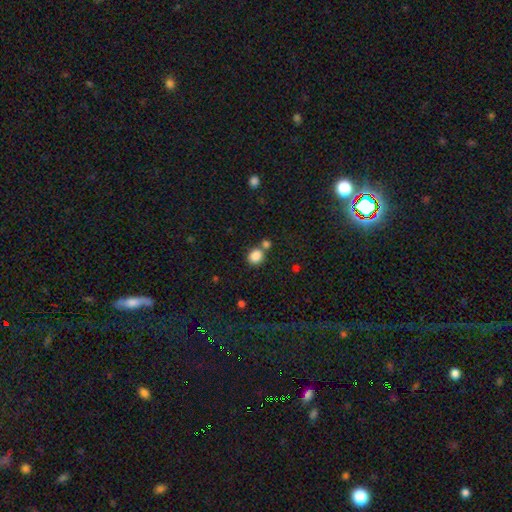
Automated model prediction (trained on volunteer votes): Morphology: type=smooth (85%); roundness=round (70%); merging=none (60%).